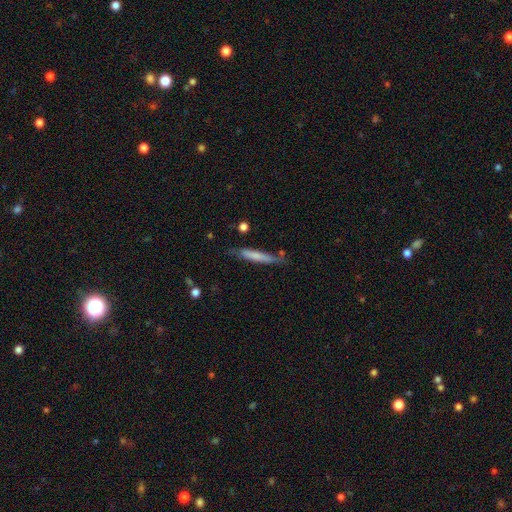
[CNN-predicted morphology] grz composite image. It shows a smooth galaxy with no disk features (67%) that is cigar-shaped (93%). Merging: none (68%).